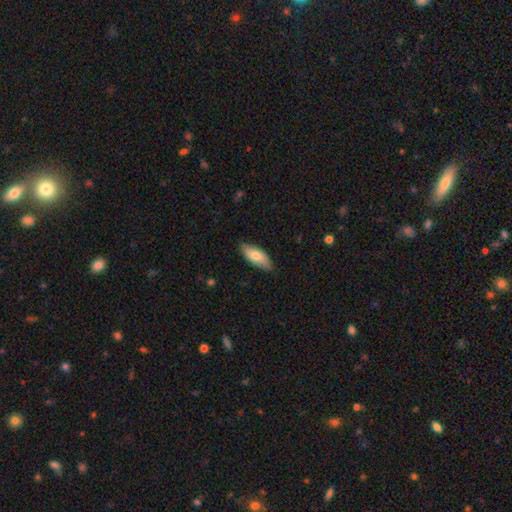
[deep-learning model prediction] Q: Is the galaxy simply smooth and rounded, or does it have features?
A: smooth — 74%.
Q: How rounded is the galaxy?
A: in between — 83%.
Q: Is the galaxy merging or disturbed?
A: none — 83%.